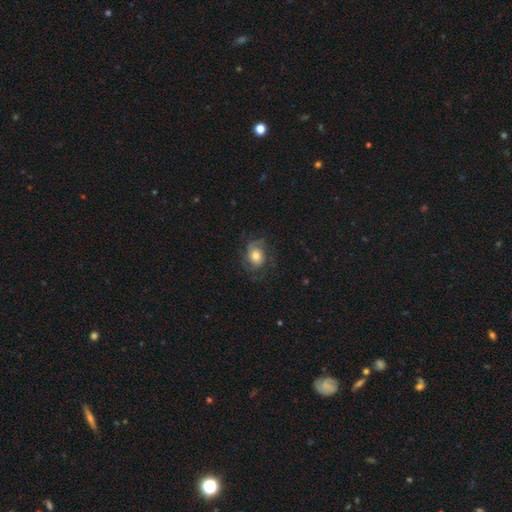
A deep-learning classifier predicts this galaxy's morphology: This is possibly a featured or disk galaxy (58%). It is clearly not viewed edge-on (97%). Bar: likely no (76%). Spiral arm pattern: clearly yes (87%). Central bulge: possibly moderate (53%). Merging: likely none (64%).